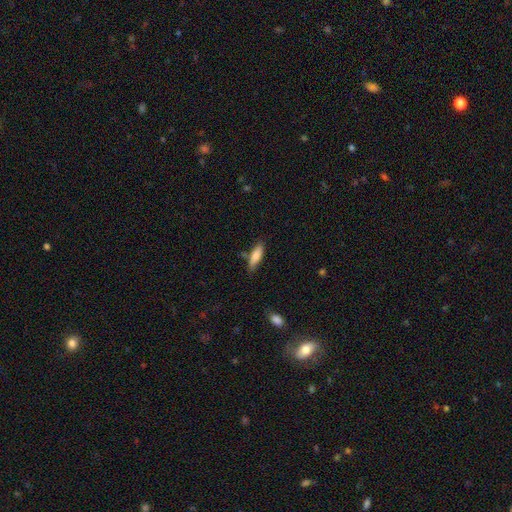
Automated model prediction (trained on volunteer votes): Overall: smooth (80%). How rounded: cigar-shaped (52%; in between 47%). Merging: none (74%).